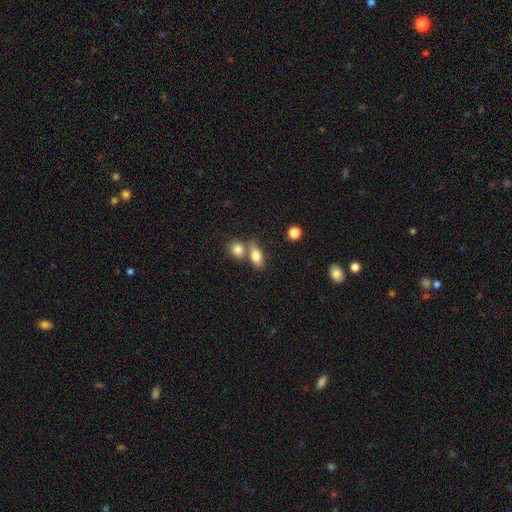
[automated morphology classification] A smooth galaxy with no disk features (80%) that is in between round and cigar-shaped (77%). Merging: none (44%).